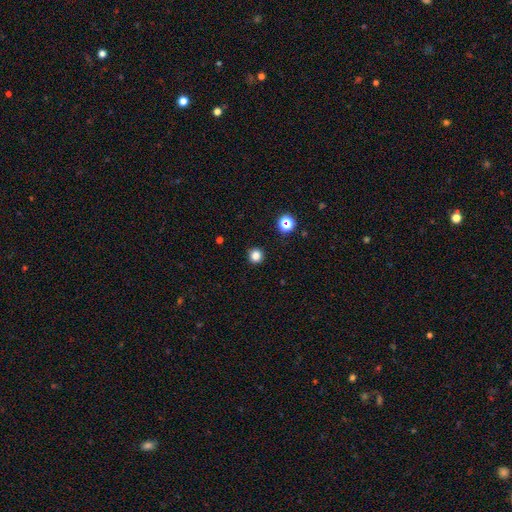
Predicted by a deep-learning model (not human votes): This appears to be a smooth galaxy with no disk features (81%) that is round (95%). Merging: none (92%).